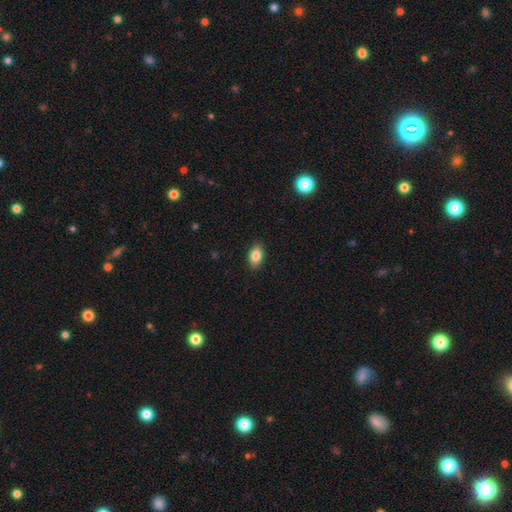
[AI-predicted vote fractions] smooth-or-featured: smooth: 85% | star or artifact: 8% | featured or disk: 7%
  how-rounded: in between: 88% | round: 9% | cigar-shaped: 2%
  merging: none: 88% | minor disturbance: 9% | major disturbance: 2% | merger: 1%